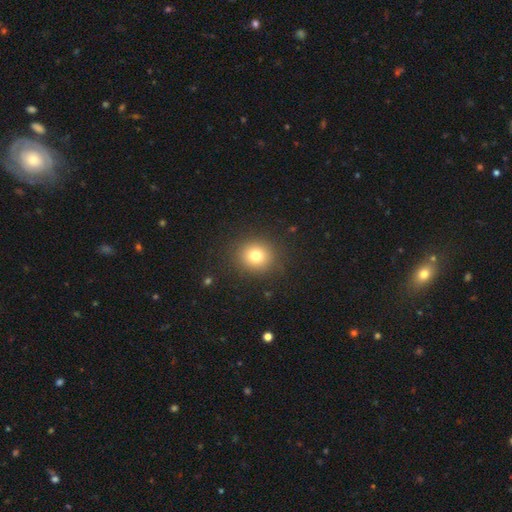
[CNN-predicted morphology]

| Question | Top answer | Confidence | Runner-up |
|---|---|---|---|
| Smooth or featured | smooth | 77% | star or artifact (14%) |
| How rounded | round | 86% | in between (13%) |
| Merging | none | 89% | minor disturbance (7%) |